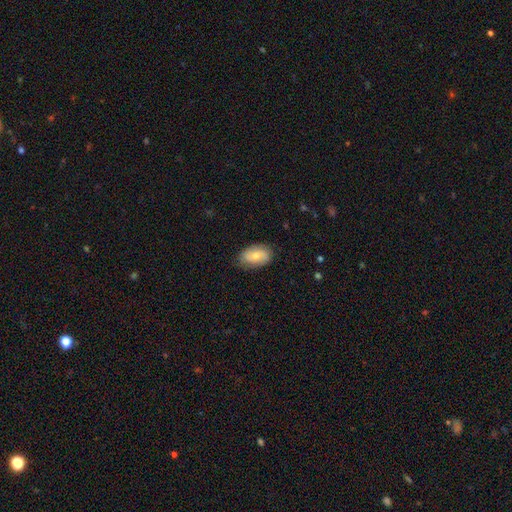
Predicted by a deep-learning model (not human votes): smooth 61%, featured or disk 32%, star or artifact 6%. Down the decision tree: how rounded — in between (91%); merging — none (77%).